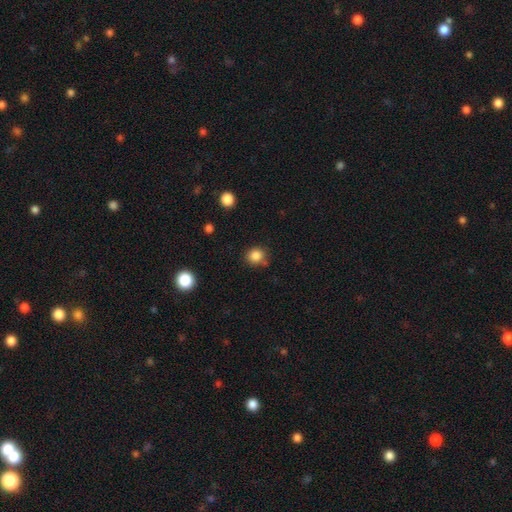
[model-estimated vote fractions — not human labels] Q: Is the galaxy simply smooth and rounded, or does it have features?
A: smooth — 85%.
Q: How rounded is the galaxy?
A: round — 85%.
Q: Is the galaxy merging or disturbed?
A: none — 78%.